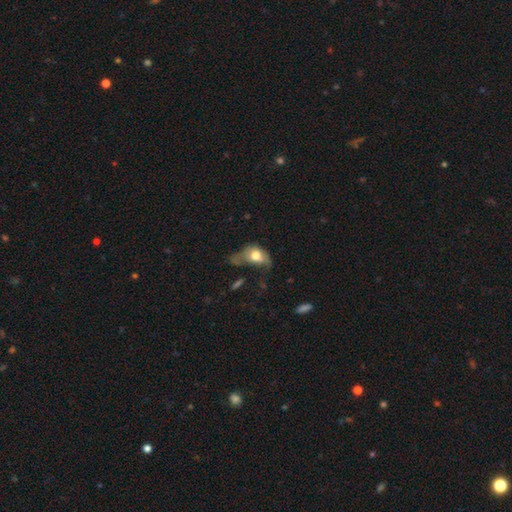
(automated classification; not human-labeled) The model was most divided on "merging": major disturbance: 52%, minor disturbance: 25%, none: 15%, merger: 8%. More confident: how rounded — in between (78%); smooth or featured — smooth (63%).